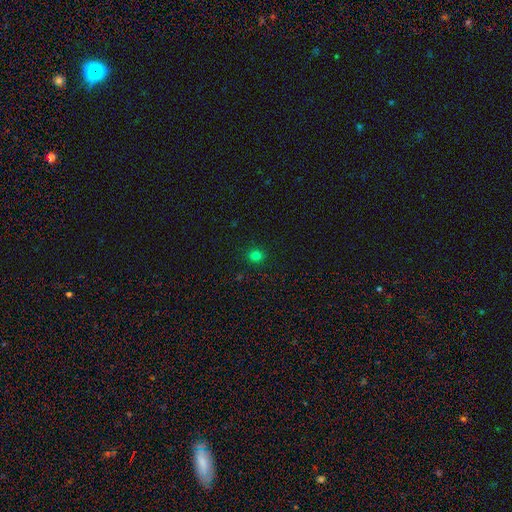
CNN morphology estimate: type=smooth (79%); roundness=round (78%); merging=none (91%).